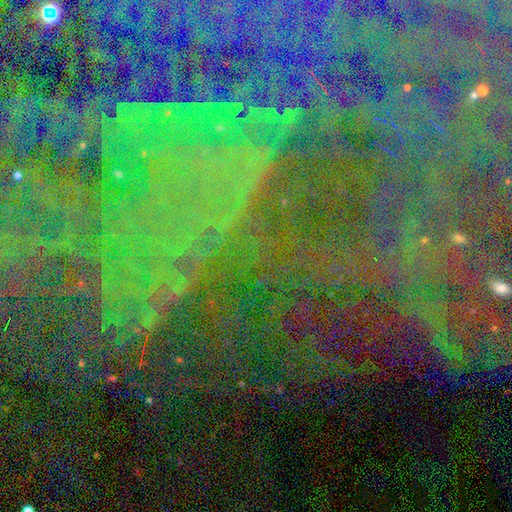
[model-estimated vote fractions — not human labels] A star or artifact, not a galaxy (83%).

Vote fractions:
- Smooth or featured? star or artifact: 83% / featured or disk: 9% / smooth: 7%